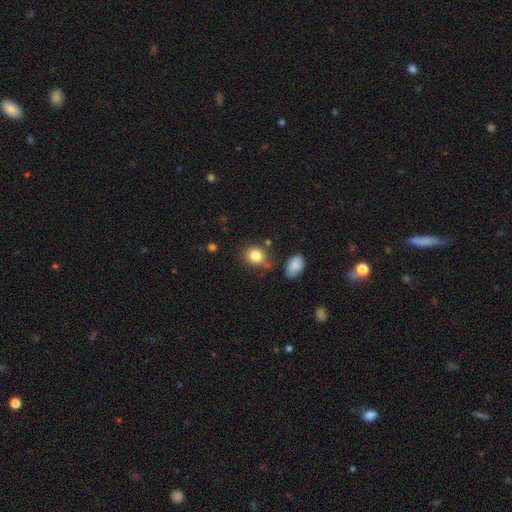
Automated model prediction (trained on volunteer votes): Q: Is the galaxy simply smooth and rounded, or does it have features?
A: smooth — 84%.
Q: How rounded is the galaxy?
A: round — 63%.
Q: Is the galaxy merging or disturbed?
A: none — 74%.